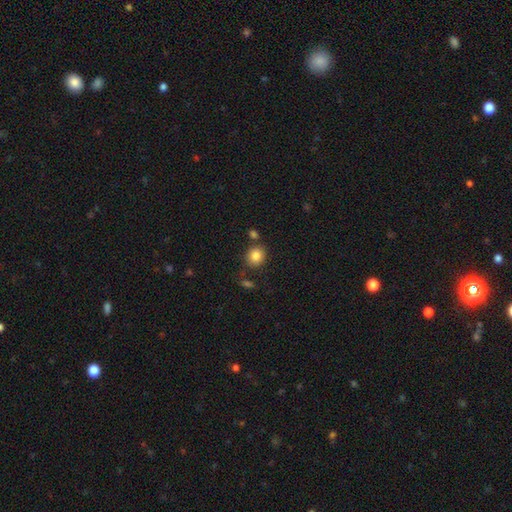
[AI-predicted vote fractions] A smooth galaxy with no disk features (85%) that is round (80%). Merging: none (77%).